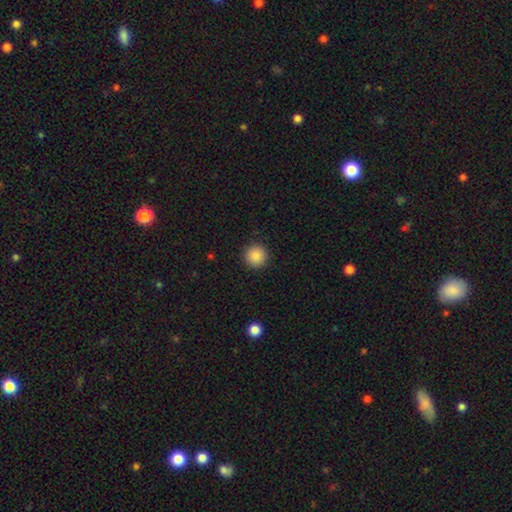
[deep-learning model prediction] Q: Smooth or featured?
A: smooth (88%); runner-up: star or artifact (9%)
Q: How rounded?
A: round (96%); runner-up: in between (3%)
Q: Merging?
A: none (92%); runner-up: minor disturbance (5%)